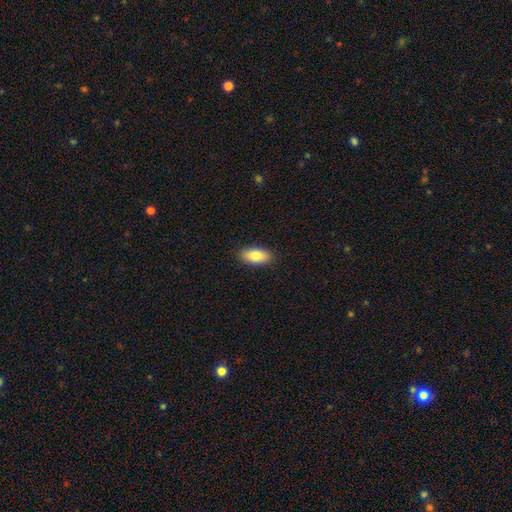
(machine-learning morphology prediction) A smooth galaxy with no disk features (81%) that is in between round and cigar-shaped (90%). Merging: none (90%).